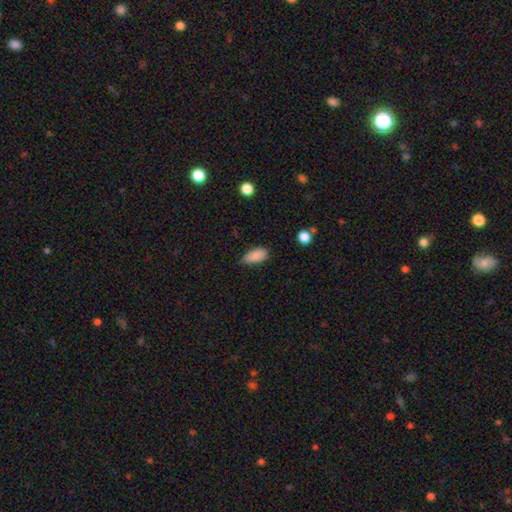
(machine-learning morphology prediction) Smooth or featured? smooth (86%)
How rounded? in between (90%)
Merging? none (55%)